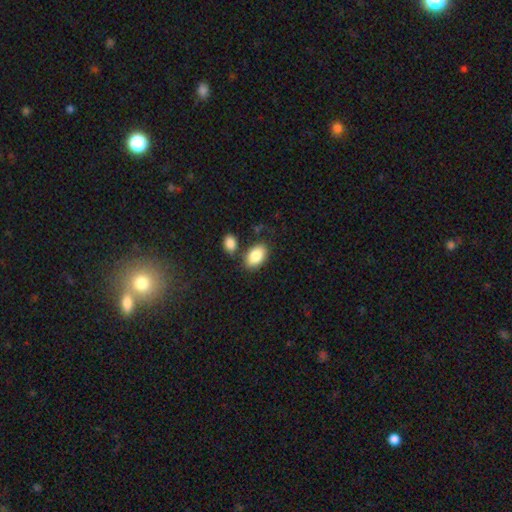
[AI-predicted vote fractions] Morphology: type=smooth (86%); roundness=in between (91%); merging=none (71%).